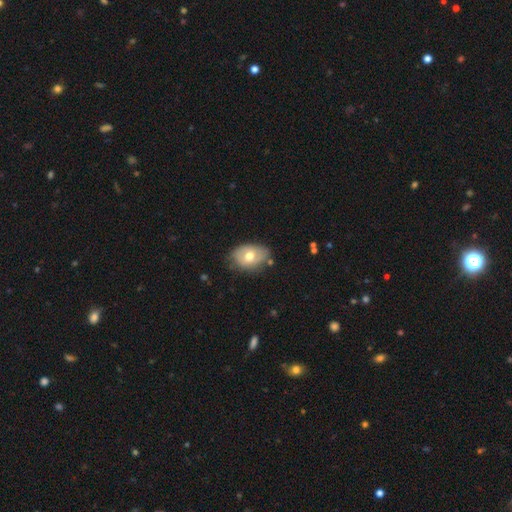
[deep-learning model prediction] Smooth or featured? smooth (58%)
How rounded? in between (81%)
Merging? none (68%)